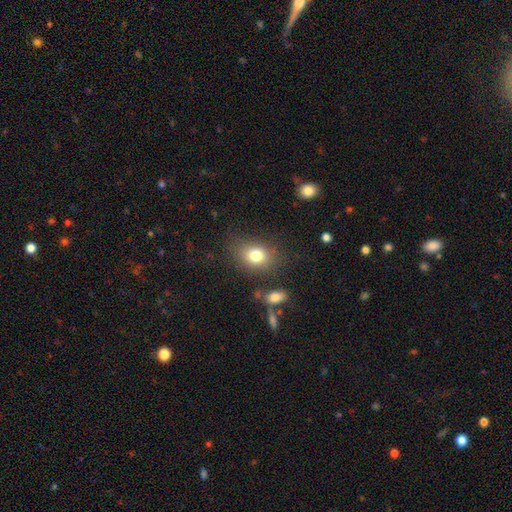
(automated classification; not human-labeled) smooth_or_featured: smooth (p=0.79) [alt: star or artifact p=0.11]
how_rounded: in between (p=0.62) [alt: round p=0.37]
merging: none (p=0.77) [alt: minor disturbance p=0.14]